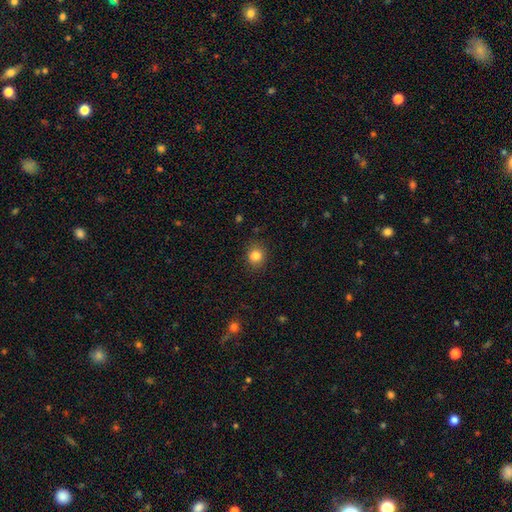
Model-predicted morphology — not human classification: A smooth galaxy with no disk features (84%) that is round (83%). Merging: none (87%).